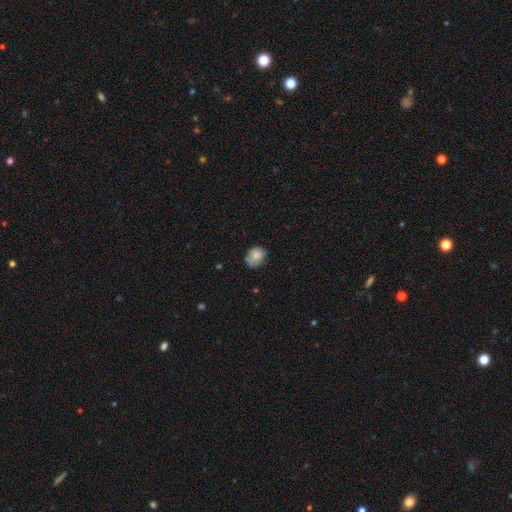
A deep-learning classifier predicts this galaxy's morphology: The model was most divided on "how rounded": round: 58%, in between: 41%, cigar-shaped: 1%. More confident: smooth or featured — smooth (79%); merging — none (58%).